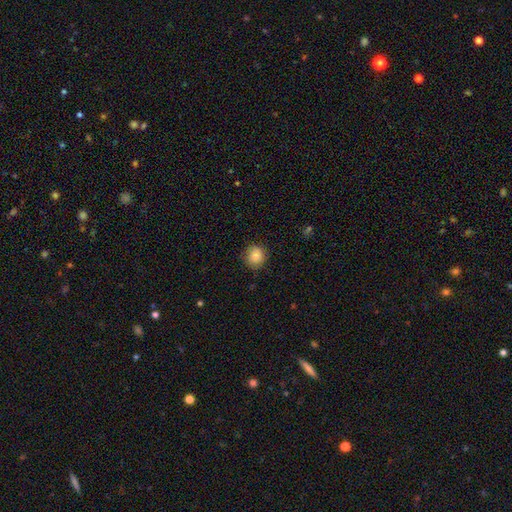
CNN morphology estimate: Smooth or featured? Predicted: smooth (p=0.86). How rounded? Predicted: round (p=0.83). Merging? Predicted: none (p=0.83).